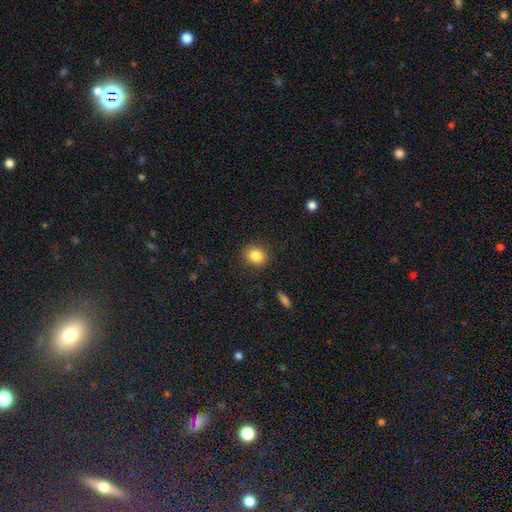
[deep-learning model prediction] Overall: smooth (85%). How rounded: round (66%; in between 33%). Merging: none (89%).